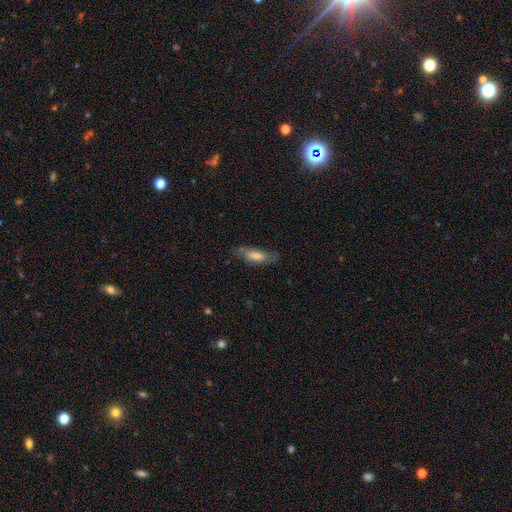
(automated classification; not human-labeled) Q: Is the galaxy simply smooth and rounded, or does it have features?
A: smooth — 50%.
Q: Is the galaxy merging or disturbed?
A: none — 71%.